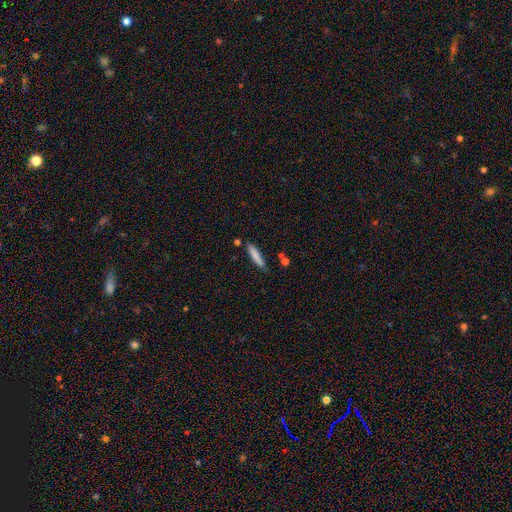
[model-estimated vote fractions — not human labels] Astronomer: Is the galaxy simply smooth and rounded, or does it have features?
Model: smooth — 80%.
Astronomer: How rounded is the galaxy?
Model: cigar-shaped — 86%.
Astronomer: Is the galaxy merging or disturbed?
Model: none — 79%.